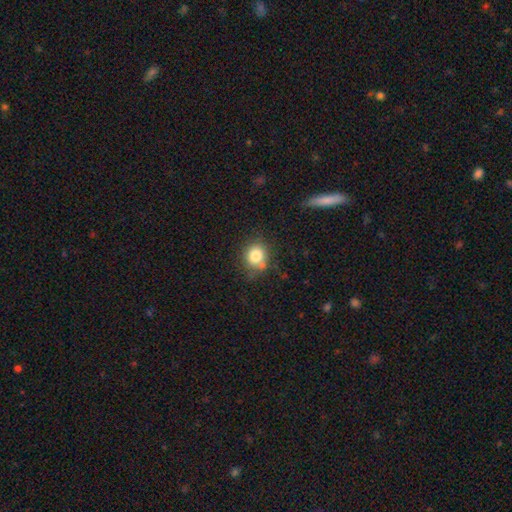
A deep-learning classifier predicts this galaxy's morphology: A smooth galaxy with no disk features (81%) that is round (74%). Merging: none (70%).